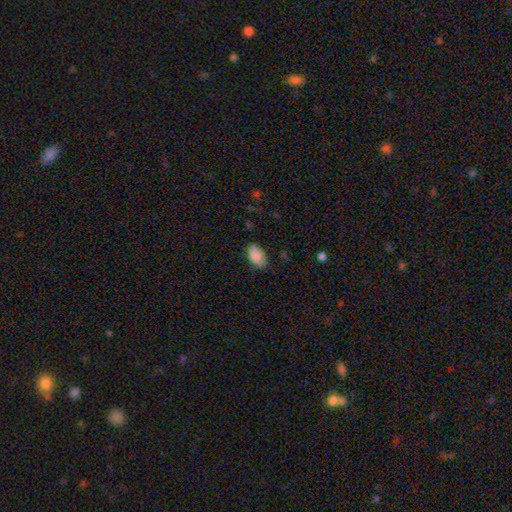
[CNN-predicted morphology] smooth-or-featured: smooth: 88% | star or artifact: 7% | featured or disk: 5%
  how-rounded: in between: 93% | round: 5% | cigar-shaped: 2%
  merging: none: 77% | minor disturbance: 18% | major disturbance: 4% | merger: 1%